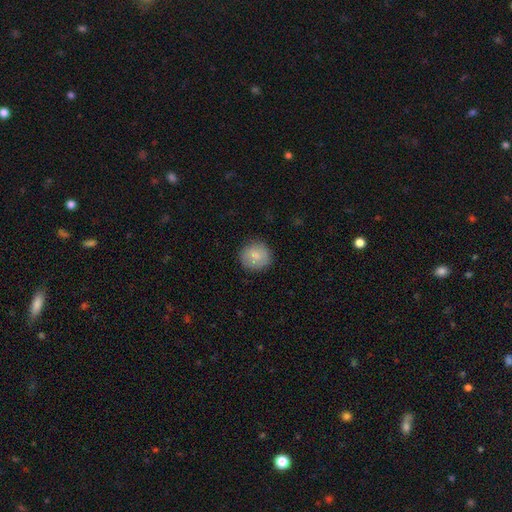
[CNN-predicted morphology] A smooth galaxy with no disk features (81%) that is round (90%). Merging: none (83%).